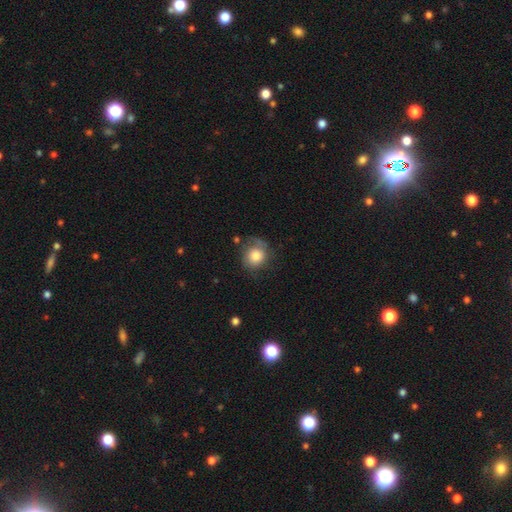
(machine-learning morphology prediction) Smooth or featured? smooth (69%)
How rounded? round (82%)
Merging? none (58%)